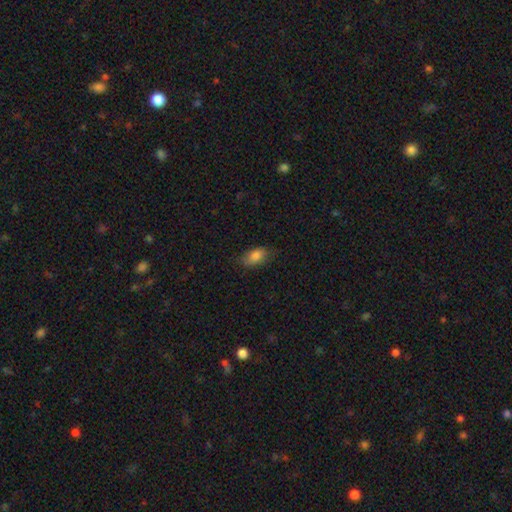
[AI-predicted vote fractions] Q: Smooth or featured?
A: smooth (82%); runner-up: featured or disk (10%)
Q: How rounded?
A: in between (91%); runner-up: round (5%)
Q: Merging?
A: none (74%); runner-up: minor disturbance (20%)